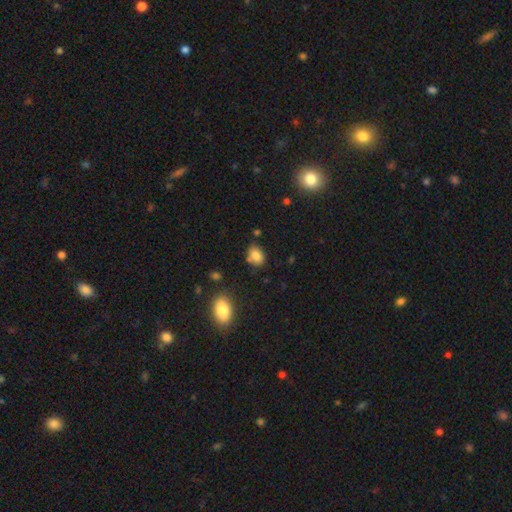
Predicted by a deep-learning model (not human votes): A smooth galaxy with no disk features (81%) that is in between round and cigar-shaped (76%). Merging: none (68%).